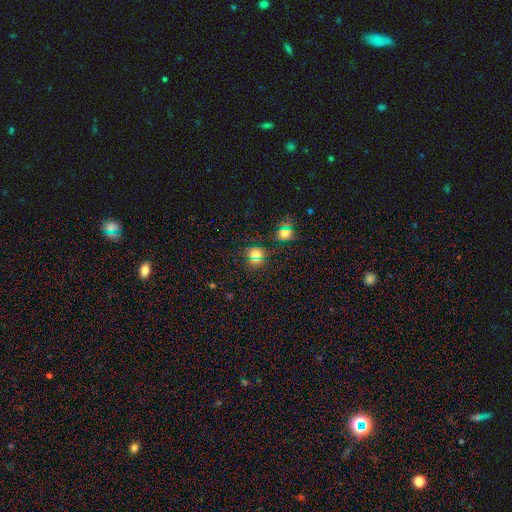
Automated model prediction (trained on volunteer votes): Smooth or featured? smooth (50%)
Merging? none (81%)